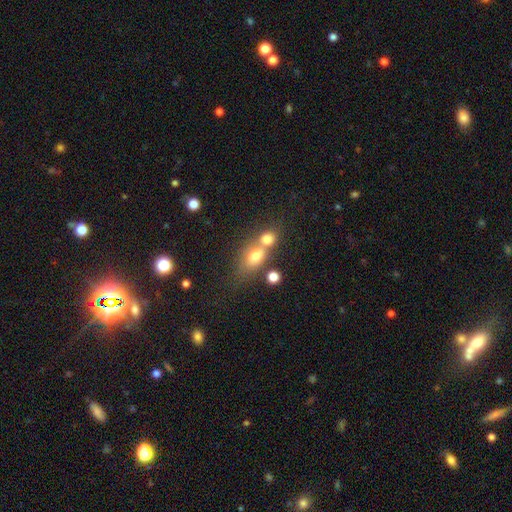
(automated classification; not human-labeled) A smooth galaxy with no disk features (70%) that is in between round and cigar-shaped (64%).

Vote fractions:
- Smooth or featured? smooth: 70% / featured or disk: 18% / star or artifact: 12%
- How rounded? in between: 64% / round: 31% / cigar-shaped: 5%
- Merging? merger: 59% / none: 28% / minor disturbance: 9% / major disturbance: 5%